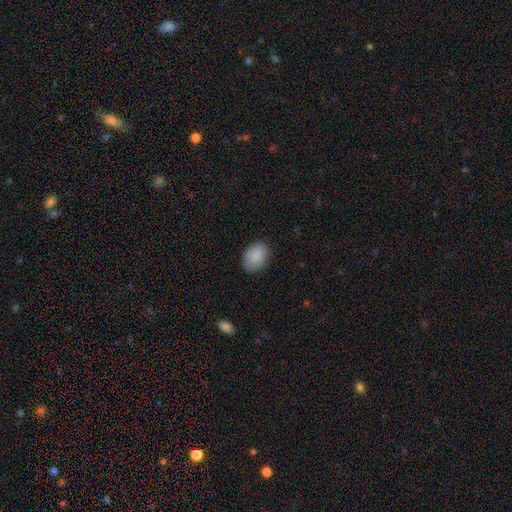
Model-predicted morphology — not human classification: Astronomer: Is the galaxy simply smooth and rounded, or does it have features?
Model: smooth — 89%.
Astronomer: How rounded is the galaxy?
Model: in between — 78%.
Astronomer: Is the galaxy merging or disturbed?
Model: none — 83%.